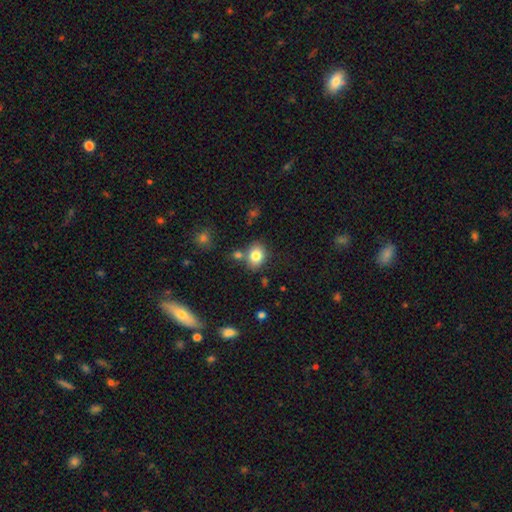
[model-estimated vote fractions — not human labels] This is clearly a smooth galaxy (81%). How rounded: possibly in between (52%). Merging: likely none (69%).